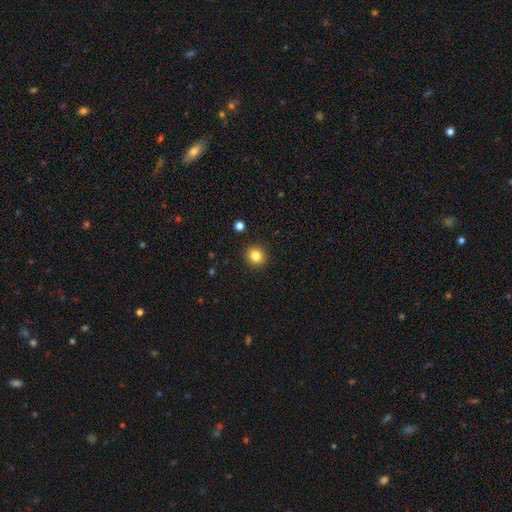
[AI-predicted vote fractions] smooth_or_featured: smooth (p=0.84) [alt: star or artifact p=0.10]
how_rounded: round (p=0.80) [alt: in between p=0.19]
merging: none (p=0.91) [alt: minor disturbance p=0.06]